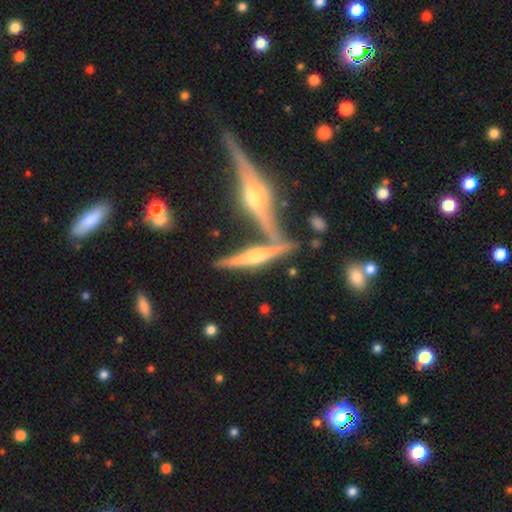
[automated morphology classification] This appears to be a featured or disk galaxy (75%) viewed edge-on (94%) with a rounded central bulge (89%). Merging: none (57%).